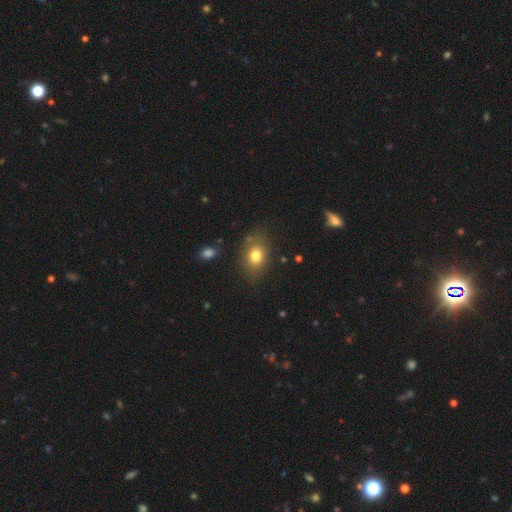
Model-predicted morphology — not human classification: Smooth or featured?
  - smooth: 78% *
  - featured or disk: 12%
  - star or artifact: 11%
How rounded?
  - in between: 69% *
  - round: 30%
  - cigar-shaped: 1%
Merging?
  - none: 79% *
  - minor disturbance: 14%
  - major disturbance: 5%
  - merger: 3%